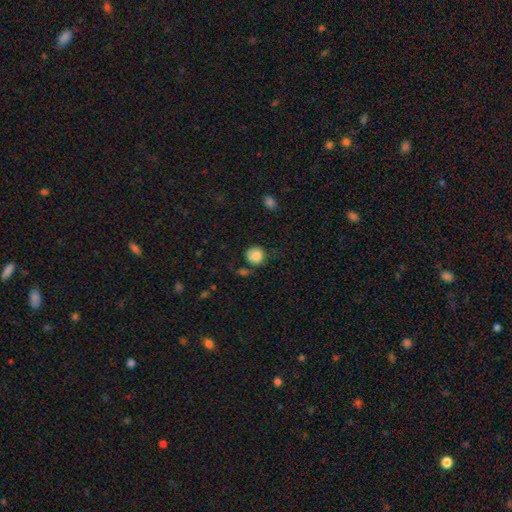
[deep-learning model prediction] Q: Smooth or featured?
A: smooth (86%); runner-up: star or artifact (9%)
Q: How rounded?
A: round (88%); runner-up: in between (11%)
Q: Merging?
A: none (73%); runner-up: minor disturbance (16%)